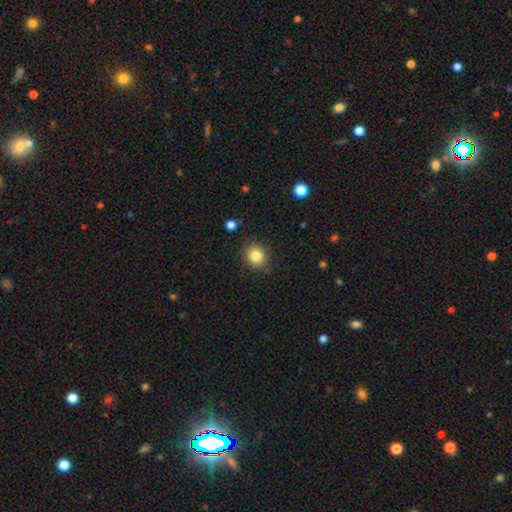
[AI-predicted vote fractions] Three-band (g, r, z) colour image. It shows a smooth galaxy with no disk features (83%) that is round (80%). Merging: none (87%).